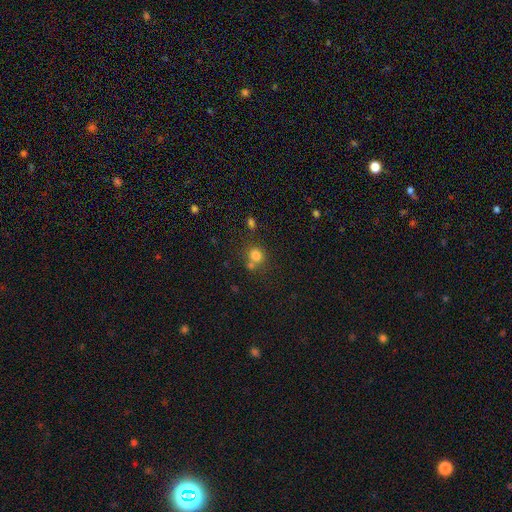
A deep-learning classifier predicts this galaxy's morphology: The model was most divided on "merging": none: 57%, merger: 27%, minor disturbance: 11%, major disturbance: 4%. More confident: how rounded — round (79%); smooth or featured — smooth (78%).